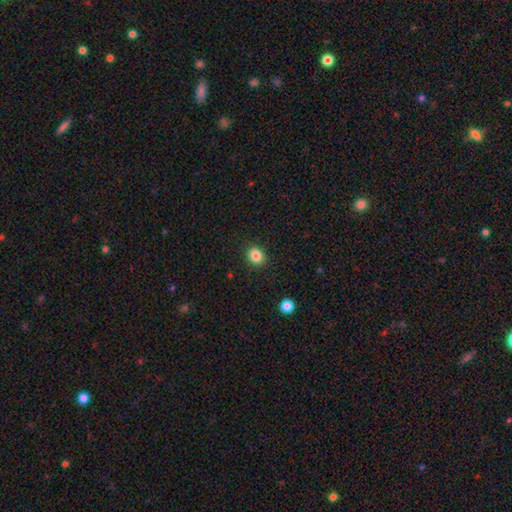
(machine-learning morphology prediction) Smooth or featured?
  - smooth: 85% *
  - star or artifact: 11%
  - featured or disk: 5%
How rounded?
  - round: 62% *
  - in between: 37%
  - cigar-shaped: 1%
Merging?
  - none: 90% *
  - minor disturbance: 7%
  - major disturbance: 2%
  - merger: 1%